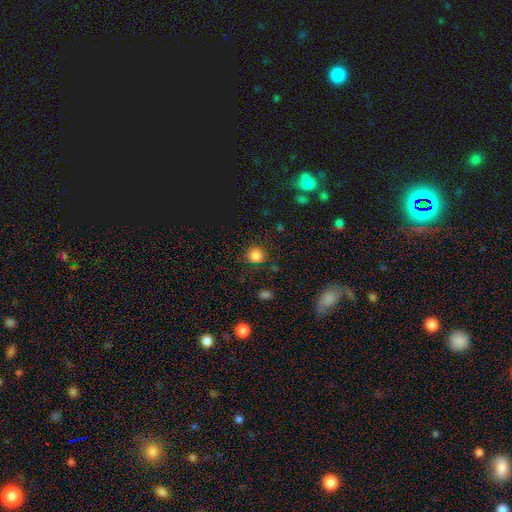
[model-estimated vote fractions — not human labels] Smooth or featured?
  - smooth: 83% *
  - star or artifact: 13%
  - featured or disk: 4%
How rounded?
  - round: 89% *
  - in between: 10%
  - cigar-shaped: 1%
Merging?
  - none: 84% *
  - minor disturbance: 11%
  - major disturbance: 3%
  - merger: 2%